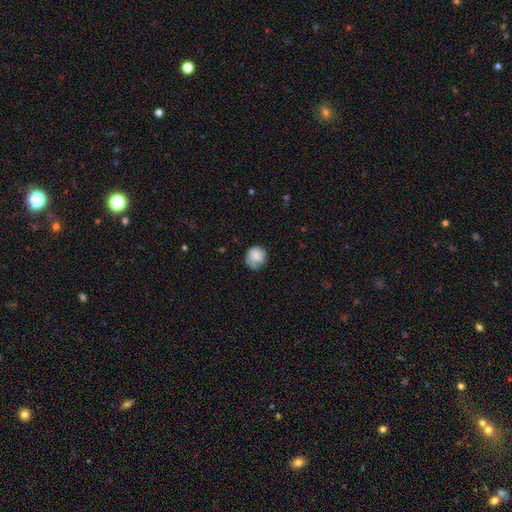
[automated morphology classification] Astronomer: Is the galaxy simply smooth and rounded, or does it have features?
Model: smooth — 68%.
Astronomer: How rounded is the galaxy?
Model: round — 84%.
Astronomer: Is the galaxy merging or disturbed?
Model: none — 61%.